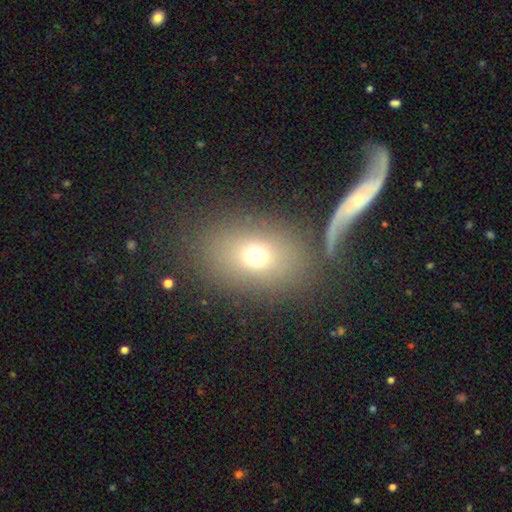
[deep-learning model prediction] Smooth or featured? Predicted: smooth (p=0.69). How rounded? Predicted: in between (p=0.66). Merging? Predicted: none (p=0.73).